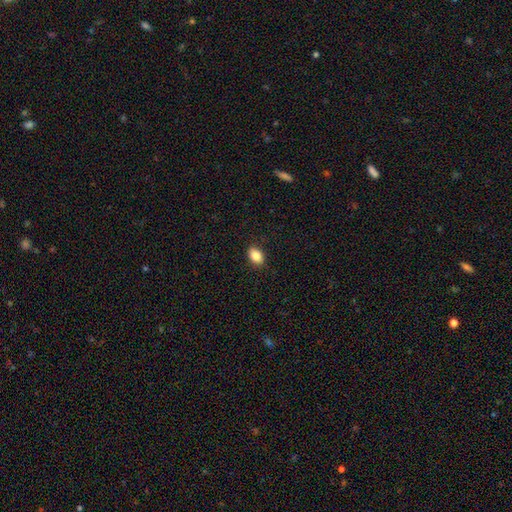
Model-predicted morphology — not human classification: Overall: smooth (86%). How rounded: in between (83%). Merging: none (89%).